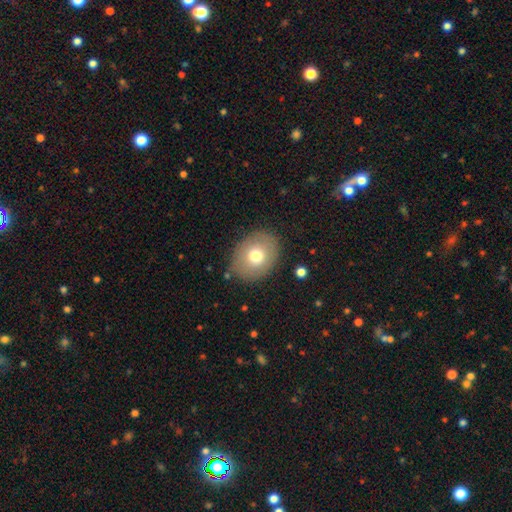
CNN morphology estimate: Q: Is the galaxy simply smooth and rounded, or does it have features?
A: smooth — 71%.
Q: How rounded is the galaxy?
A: in between — 58%.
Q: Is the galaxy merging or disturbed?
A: none — 83%.